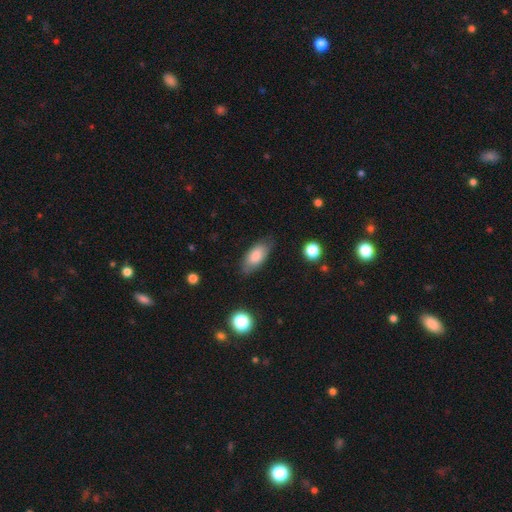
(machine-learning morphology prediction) Smooth or featured: smooth — 81% (featured or disk — 13%)
How rounded: in between — 88% (cigar-shaped — 9%)
Merging: none — 78% (minor disturbance — 17%)